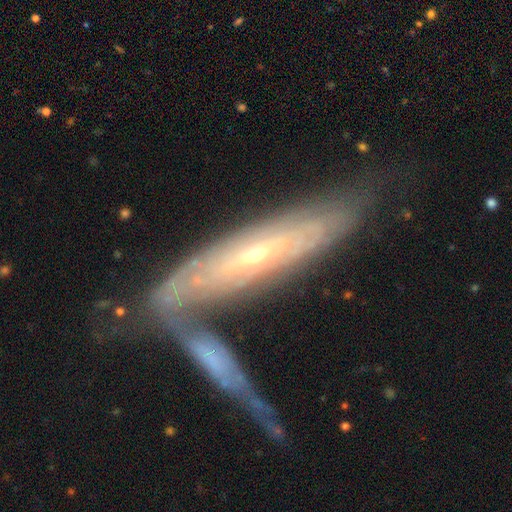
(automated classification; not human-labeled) Smooth or featured? featured or disk (77%)
Edge-on disk? no (62%)
Merging? none (47%)